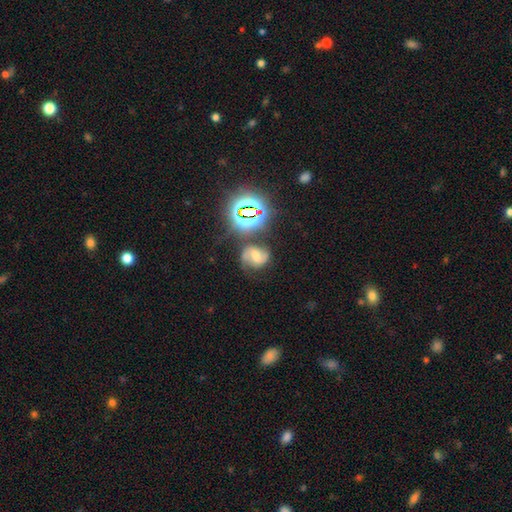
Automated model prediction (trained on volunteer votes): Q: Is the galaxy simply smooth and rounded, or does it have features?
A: featured or disk — 57%.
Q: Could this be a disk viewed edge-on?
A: no — 97%.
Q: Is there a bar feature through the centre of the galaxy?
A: weak — 43%.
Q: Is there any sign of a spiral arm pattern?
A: yes — 87%.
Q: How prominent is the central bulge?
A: moderate — 43%.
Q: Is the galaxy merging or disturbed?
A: none — 58%.